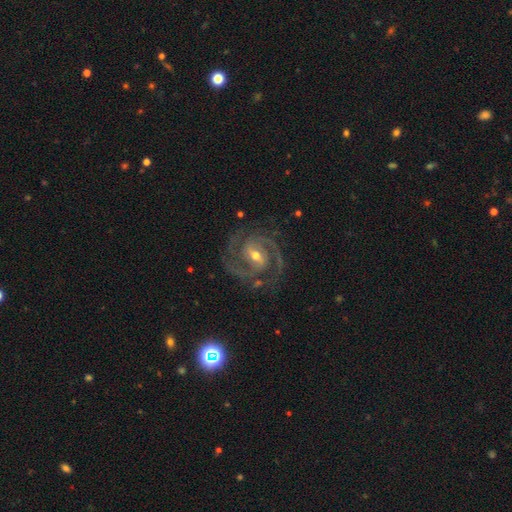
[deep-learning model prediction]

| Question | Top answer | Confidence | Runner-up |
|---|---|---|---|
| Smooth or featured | featured or disk | 93% | star or artifact (4%) |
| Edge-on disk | no | 98% | yes (2%) |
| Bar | weak | 46% | strong (38%) |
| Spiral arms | yes | 99% | no (1%) |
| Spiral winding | medium | 47% | tied: tight (47%) |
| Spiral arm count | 2 | 74% | 3 (16%) |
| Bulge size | moderate | 58% | small (38%) |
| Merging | none | 78% | minor disturbance (14%) |